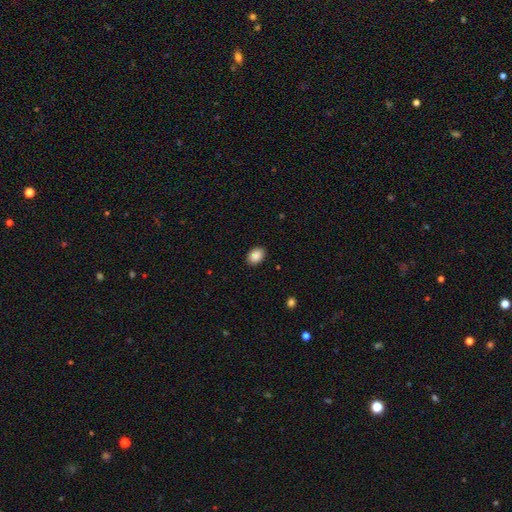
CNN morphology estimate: This appears to be a smooth galaxy with no disk features (89%) that is in between round and cigar-shaped (71%). Merging: none (90%).